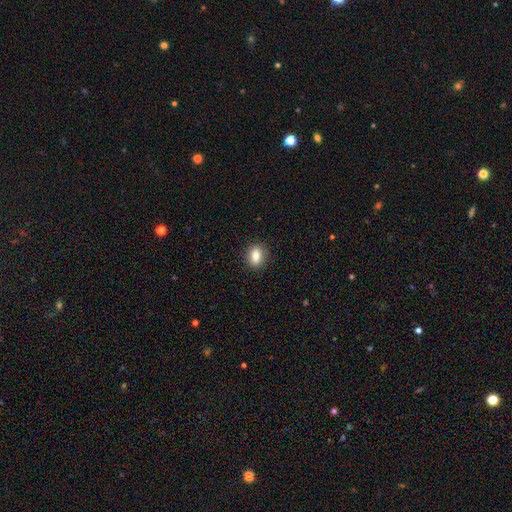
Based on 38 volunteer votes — A smooth galaxy with no disk features (89%) that is in between round and cigar-shaped (71%).

Vote fractions:
- Smooth or featured? smooth: 89% / featured or disk: 5% / star or artifact: 5%
- How rounded? in between: 71% / round: 24% / cigar-shaped: 6%
- Merging? none: 92% / minor disturbance: 6% / major disturbance: 3% / merger: 0%